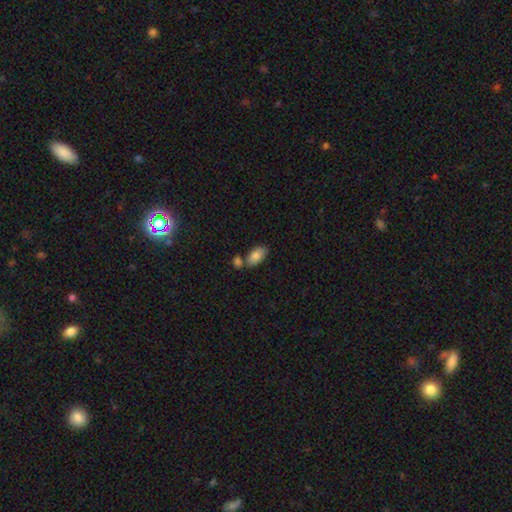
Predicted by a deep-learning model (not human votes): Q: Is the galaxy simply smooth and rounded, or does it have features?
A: smooth — 83%.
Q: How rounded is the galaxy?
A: in between — 93%.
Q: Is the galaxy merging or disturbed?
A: none — 61%.